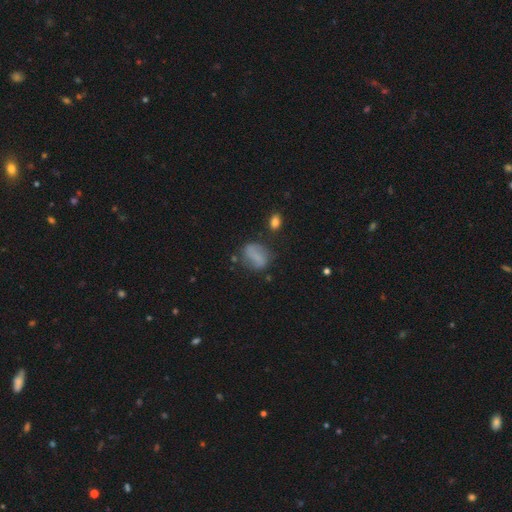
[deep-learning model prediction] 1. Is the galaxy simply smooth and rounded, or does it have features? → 62% smooth, 27% featured or disk, 11% star or artifact.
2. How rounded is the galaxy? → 67% in between, 30% round, 4% cigar-shaped.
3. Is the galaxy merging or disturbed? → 63% none, 23% minor disturbance, 9% major disturbance, 5% merger.